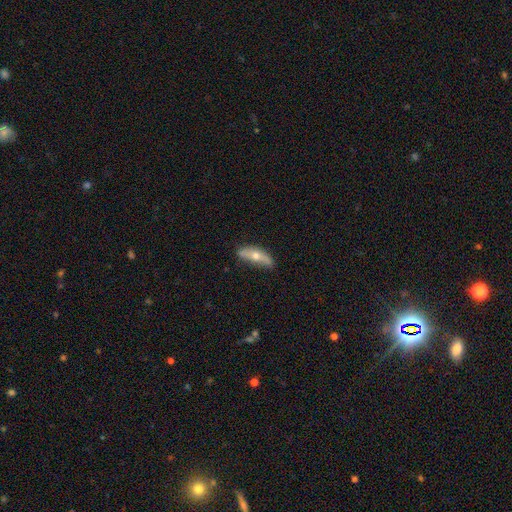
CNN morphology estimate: smooth-or-featured: smooth: 51% | featured or disk: 43% | star or artifact: 6%
  how-rounded: in between: 51% | cigar-shaped: 46% | round: 3%
  merging: none: 69% | minor disturbance: 24% | major disturbance: 5% | merger: 2%